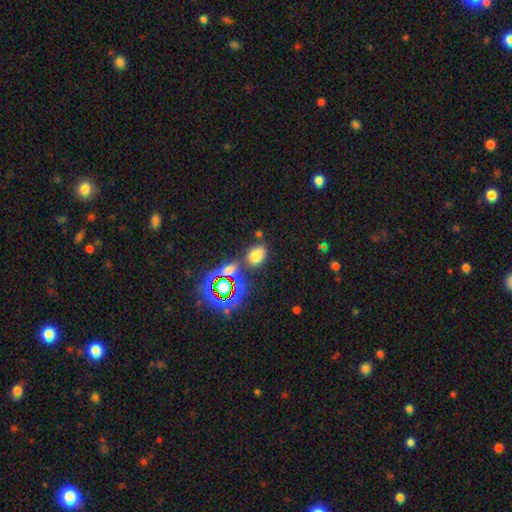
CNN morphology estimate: This is likely a smooth galaxy (67%). How rounded: likely in between (78%). Merging: likely none (72%).